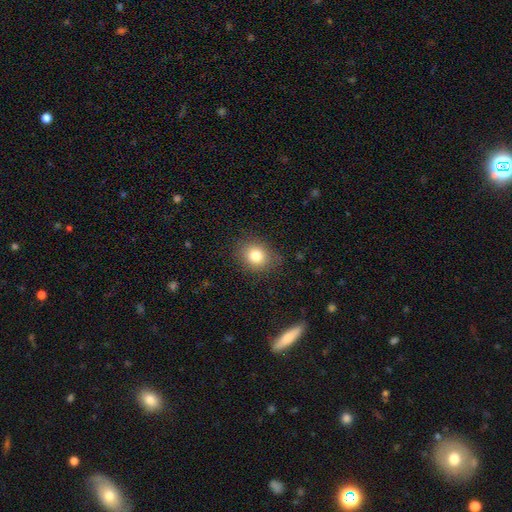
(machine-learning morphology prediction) Smooth or featured: smooth — 81% (star or artifact — 11%)
How rounded: round — 62% (in between — 37%)
Merging: none — 82% (minor disturbance — 13%)